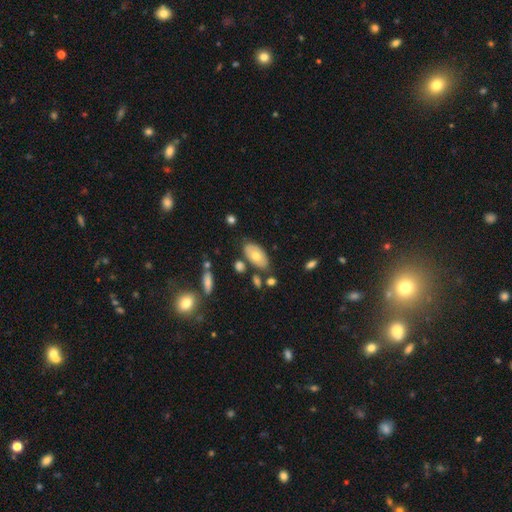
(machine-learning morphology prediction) smooth 63%, featured or disk 29%, star or artifact 8%. Down the decision tree: how rounded — in between (93%); merging — none (71%).